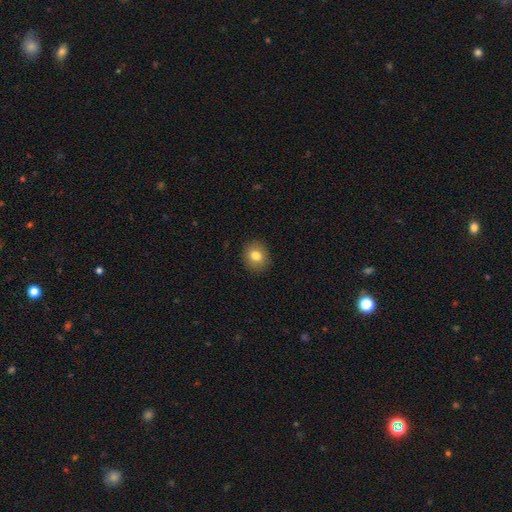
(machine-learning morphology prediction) Smooth or featured?
  - smooth: 80% *
  - featured or disk: 10%
  - star or artifact: 10%
How rounded?
  - round: 76% *
  - in between: 23%
  - cigar-shaped: 1%
Merging?
  - none: 90% *
  - minor disturbance: 7%
  - major disturbance: 2%
  - merger: 1%